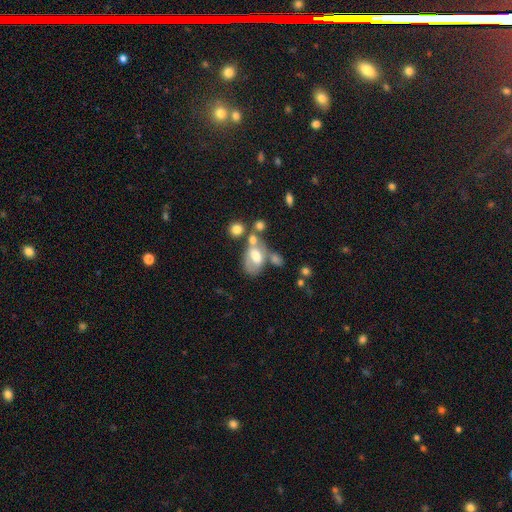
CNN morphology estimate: Smooth or featured? Predicted: smooth (p=0.49). Merging? Predicted: merger (p=0.36).